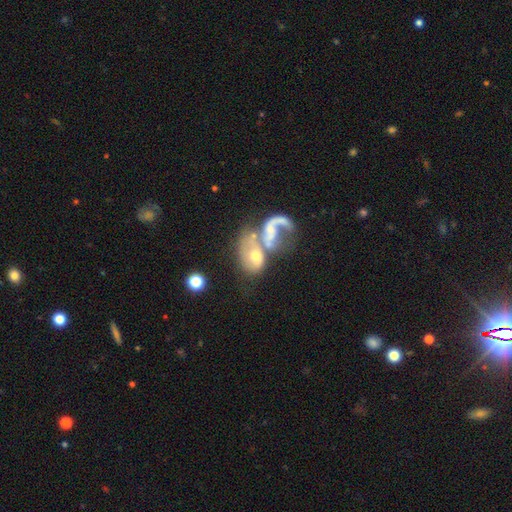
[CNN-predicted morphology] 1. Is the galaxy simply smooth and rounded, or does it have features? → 58% featured or disk, 33% smooth, 10% star or artifact.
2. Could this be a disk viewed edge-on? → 95% no, 5% yes.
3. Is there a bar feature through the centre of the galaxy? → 63% no, 27% weak, 10% strong.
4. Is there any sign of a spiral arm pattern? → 56% yes, 44% no.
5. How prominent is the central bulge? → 49% moderate, 29% small, 11% none, 9% large, 2% dominant.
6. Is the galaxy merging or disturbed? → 67% merger, 16% major disturbance, 11% none, 6% minor disturbance.